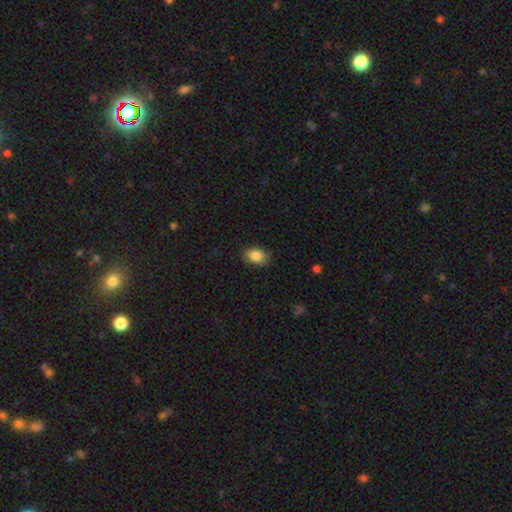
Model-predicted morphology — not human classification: Q: Smooth or featured?
A: smooth (86%); runner-up: star or artifact (8%)
Q: How rounded?
A: in between (83%); runner-up: round (15%)
Q: Merging?
A: none (85%); runner-up: minor disturbance (11%)